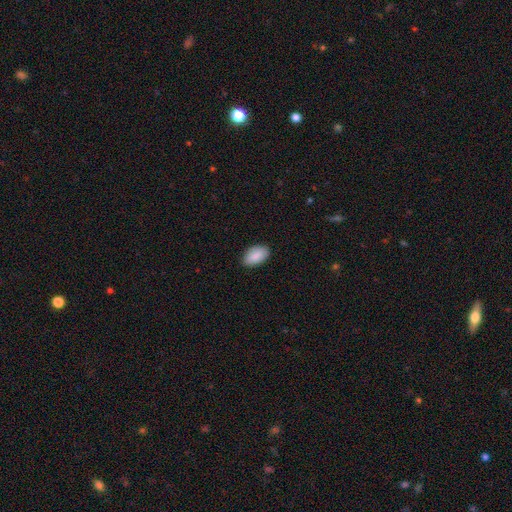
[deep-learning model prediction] Morphology: type=smooth (90%); roundness=in between (95%); merging=none (85%).